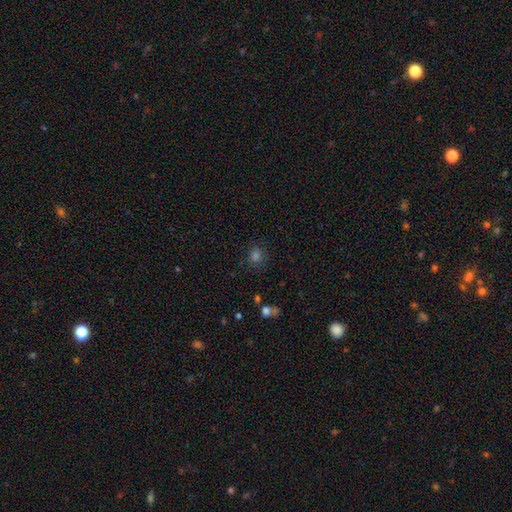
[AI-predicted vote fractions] Smooth or featured? Predicted: smooth (p=0.70). How rounded? Predicted: round (p=0.77). Merging? Predicted: none (p=0.83).